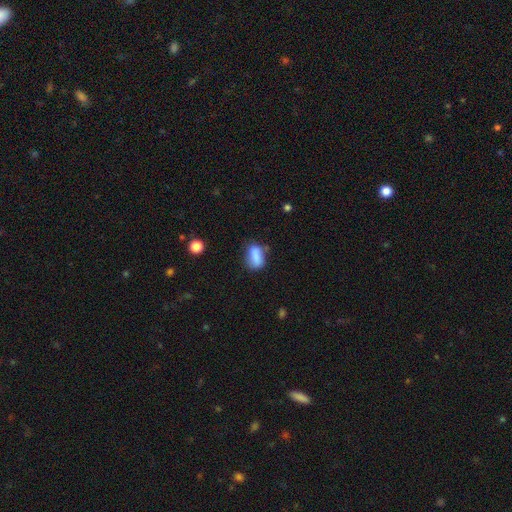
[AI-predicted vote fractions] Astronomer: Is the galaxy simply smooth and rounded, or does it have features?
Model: smooth — 79%.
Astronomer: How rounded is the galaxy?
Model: in between — 82%.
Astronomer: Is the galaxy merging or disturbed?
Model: none — 48% (runner-up: minor disturbance, 28%).